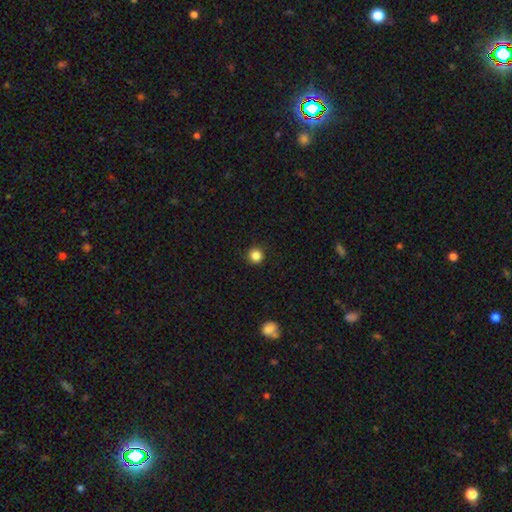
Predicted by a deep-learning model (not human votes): Q: Smooth or featured?
A: smooth (85%); runner-up: star or artifact (11%)
Q: How rounded?
A: round (95%); runner-up: in between (4%)
Q: Merging?
A: none (92%); runner-up: minor disturbance (5%)